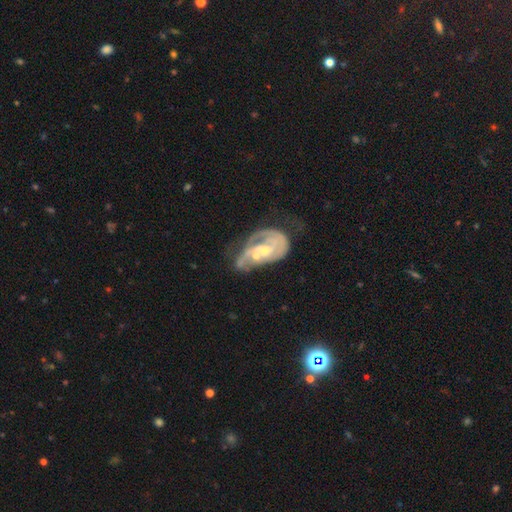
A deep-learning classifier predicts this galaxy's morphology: Smooth or featured? featured or disk (77%)
Edge-on disk? no (97%)
Bar? no (59%)
Spiral arms? yes (77%)
Spiral winding? medium (38%, tied with tight)
Spiral arm count? 2 (39%)
Bulge size? small (49%)
Merging? merger (36%)